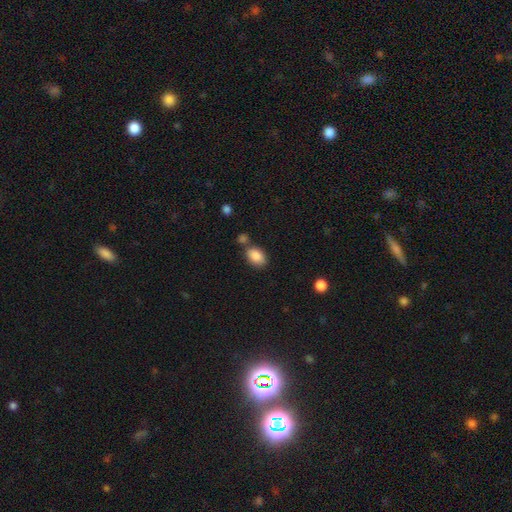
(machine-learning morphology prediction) Smooth or featured? smooth (87%)
How rounded? in between (84%)
Merging? none (66%)